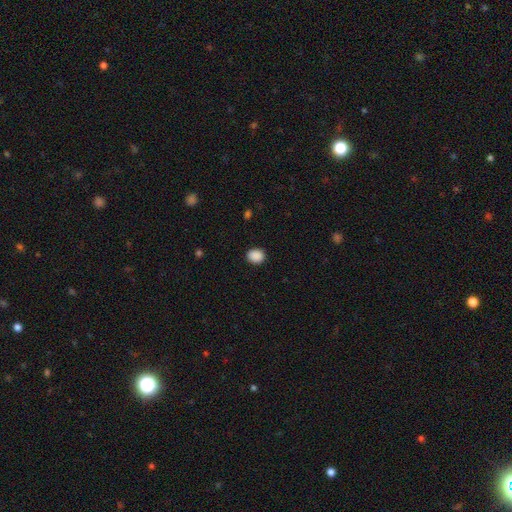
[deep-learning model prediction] A smooth galaxy with no disk features (89%) that is round (60%).

Vote fractions:
- Smooth or featured? smooth: 89% / star or artifact: 9% / featured or disk: 2%
- How rounded? round: 60% / in between: 39% / cigar-shaped: 1%
- Merging? none: 89% / minor disturbance: 8% / major disturbance: 2% / merger: 1%